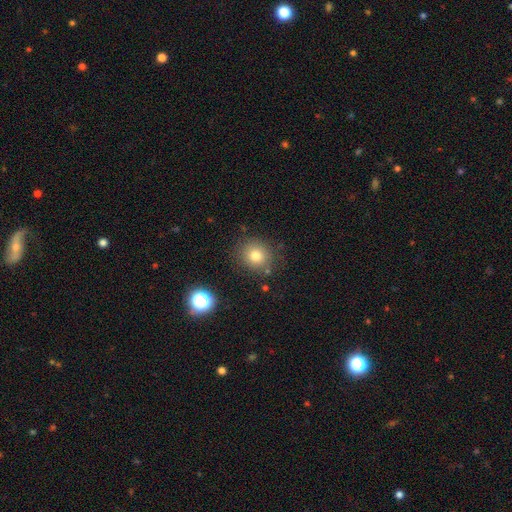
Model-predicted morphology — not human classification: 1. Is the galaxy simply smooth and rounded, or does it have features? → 77% smooth, 13% star or artifact, 9% featured or disk.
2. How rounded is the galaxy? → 86% round, 13% in between, 1% cigar-shaped.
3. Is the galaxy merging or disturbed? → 83% none, 10% minor disturbance, 3% major disturbance, 3% merger.